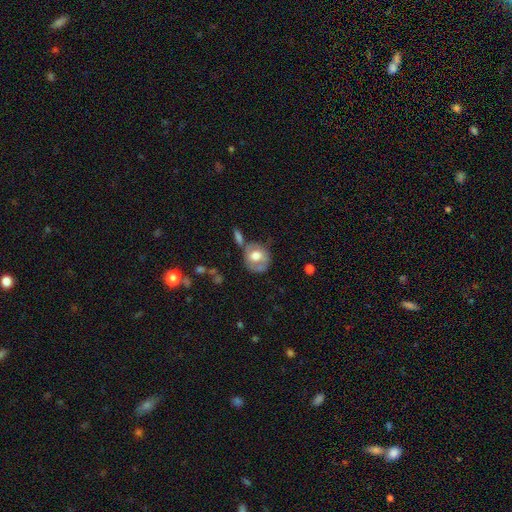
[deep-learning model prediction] Smooth or featured: smooth — 56% (featured or disk — 37%)
How rounded: round — 76% (in between — 23%)
Merging: none — 54% (minor disturbance — 22%)